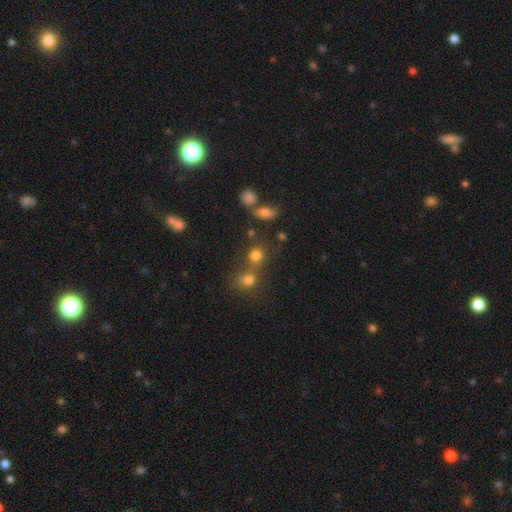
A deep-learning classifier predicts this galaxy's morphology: Smooth or featured? Predicted: smooth (p=0.75). How rounded? Predicted: round (p=0.82). Merging? Predicted: none (p=0.51).